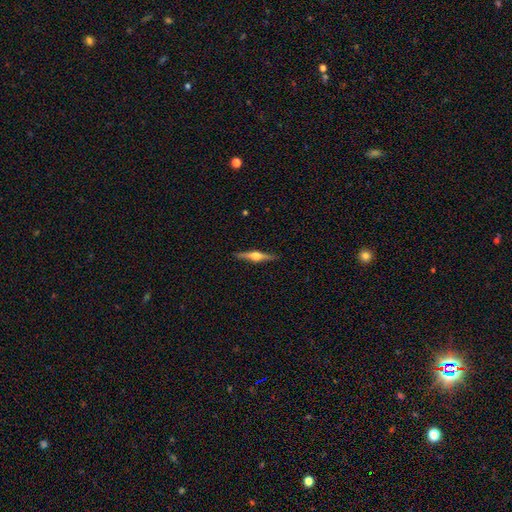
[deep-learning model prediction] This appears to be a featured or disk galaxy (78%) viewed edge-on (98%) with a rounded central bulge (93%). Merging: none (91%).